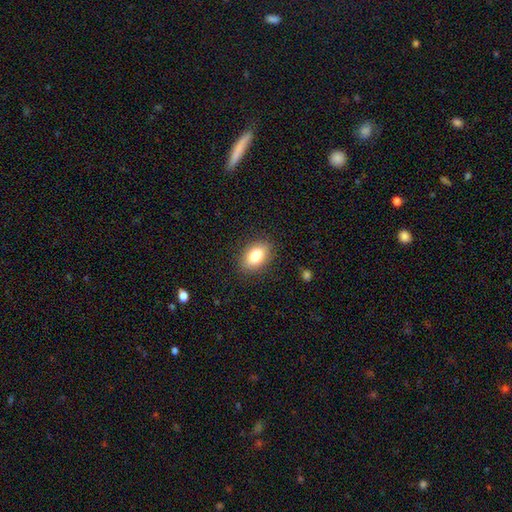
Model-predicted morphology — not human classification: smooth-or-featured: smooth: 81% | featured or disk: 11% | star or artifact: 8%
  how-rounded: in between: 86% | round: 12% | cigar-shaped: 2%
  merging: none: 87% | minor disturbance: 9% | major disturbance: 3% | merger: 1%